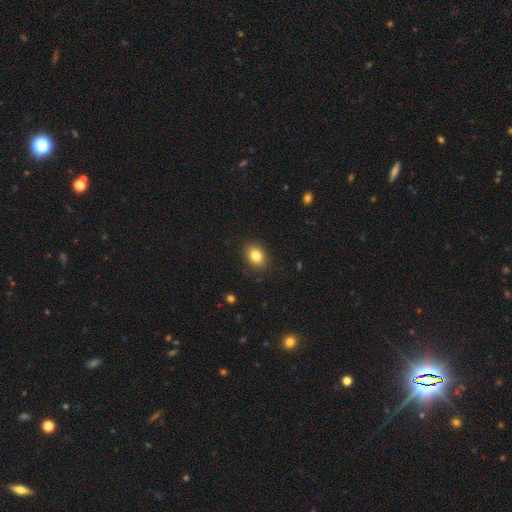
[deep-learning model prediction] This appears to be a smooth galaxy with no disk features (83%) that is in between round and cigar-shaped (58%). Merging: none (89%).